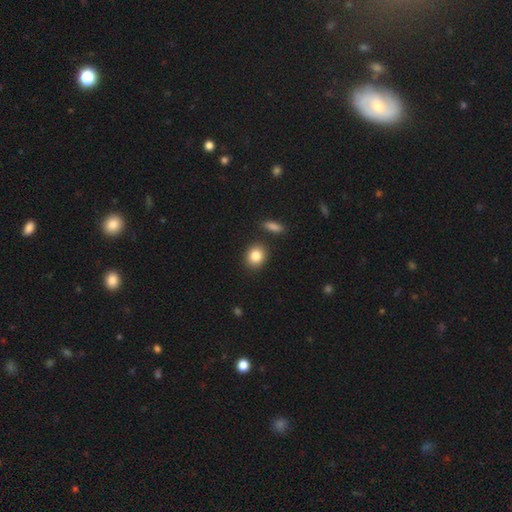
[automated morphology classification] The model was most divided on "how rounded": round: 66%, in between: 32%, cigar-shaped: 1%. More confident: smooth or featured — smooth (85%); merging — none (84%).